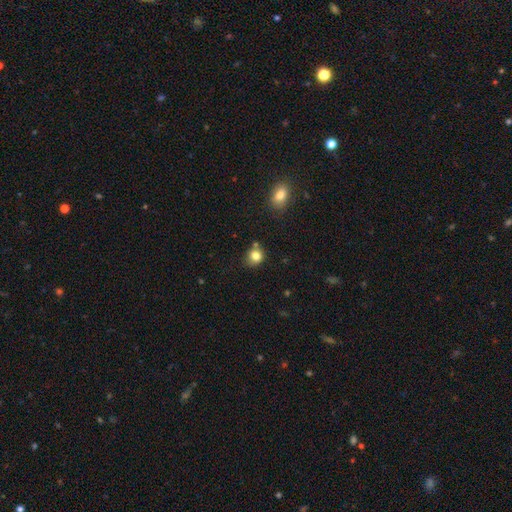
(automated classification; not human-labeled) A smooth galaxy with no disk features (81%) that is round (75%). Merging: none (67%).